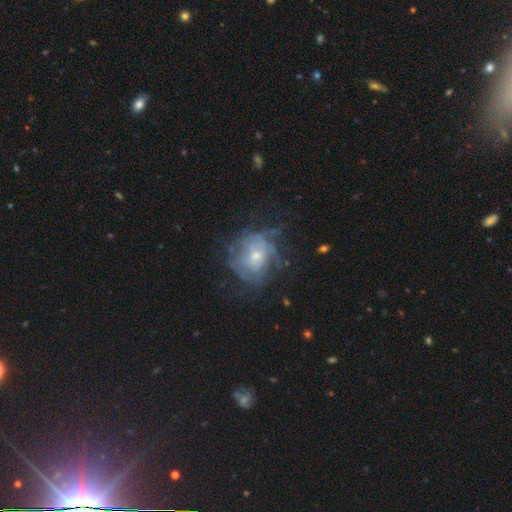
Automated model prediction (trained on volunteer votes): Smooth or featured: featured or disk — 69% (smooth — 22%)
Edge-on disk: no — 97% (yes — 3%)
Bar: no — 75% (weak — 21%)
Spiral arms: yes — 71% (no — 29%)
Bulge size: small — 49% (moderate — 44%)
Merging: none — 58% (minor disturbance — 22%)